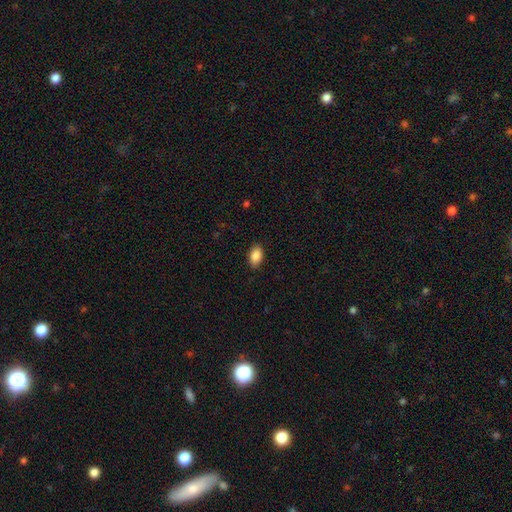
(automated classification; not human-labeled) Smooth or featured? smooth (88%)
How rounded? in between (92%)
Merging? none (89%)